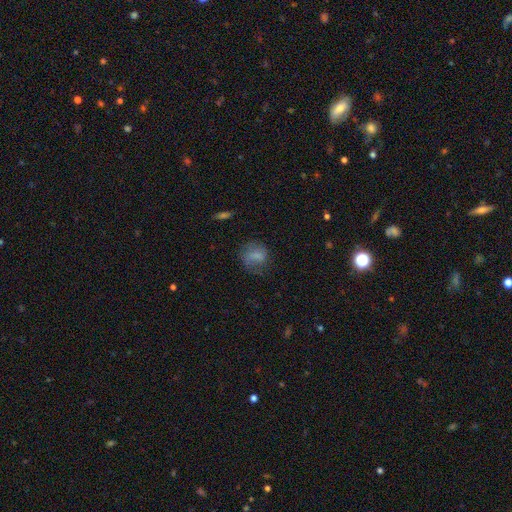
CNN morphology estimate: Smooth or featured? Predicted: smooth (p=0.66). How rounded? Predicted: round (p=0.61). Merging? Predicted: none (p=0.52).